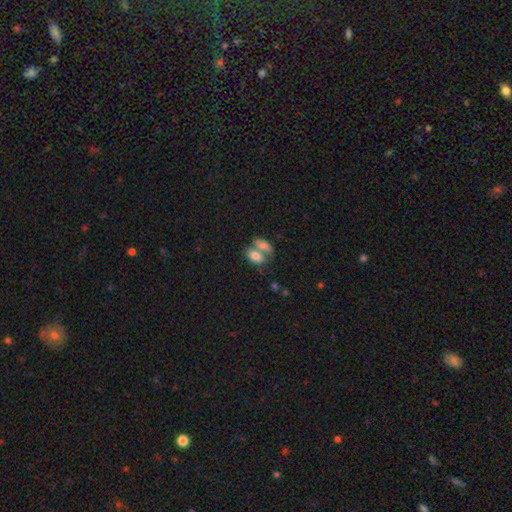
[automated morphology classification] Q: Smooth or featured?
A: smooth (80%); runner-up: featured or disk (12%)
Q: How rounded?
A: in between (89%); runner-up: round (8%)
Q: Merging?
A: merger (60%); runner-up: none (27%)